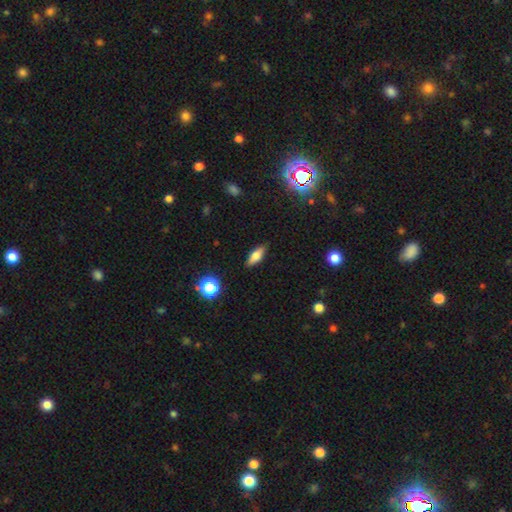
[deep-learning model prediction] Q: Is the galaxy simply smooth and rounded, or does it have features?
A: smooth — 65%.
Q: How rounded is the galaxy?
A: in between — 62%.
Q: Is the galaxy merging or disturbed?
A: none — 87%.